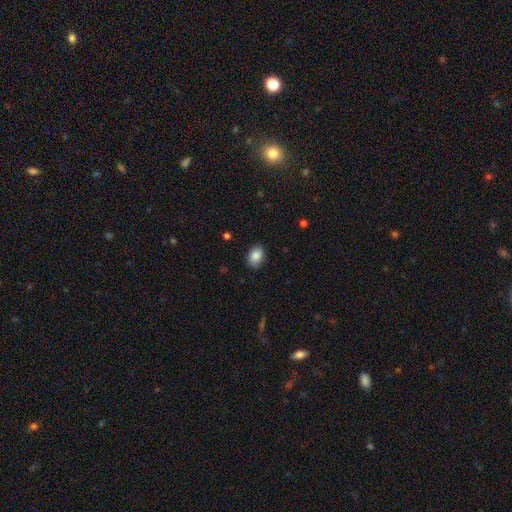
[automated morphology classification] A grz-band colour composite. It shows a smooth galaxy with no disk features (86%) that is in between round and cigar-shaped (81%). Merging: none (84%).